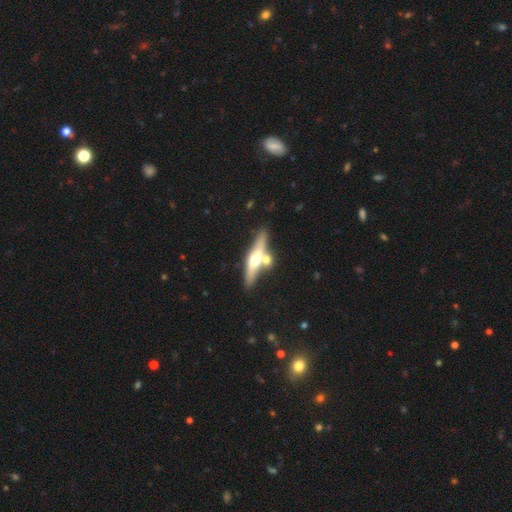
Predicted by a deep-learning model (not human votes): The model was most divided on "smooth or featured": featured or disk: 60%, smooth: 34%, star or artifact: 6%. More confident: edge-on bulge — rounded (92%); edge-on disk — yes (90%); merging — none (63%).